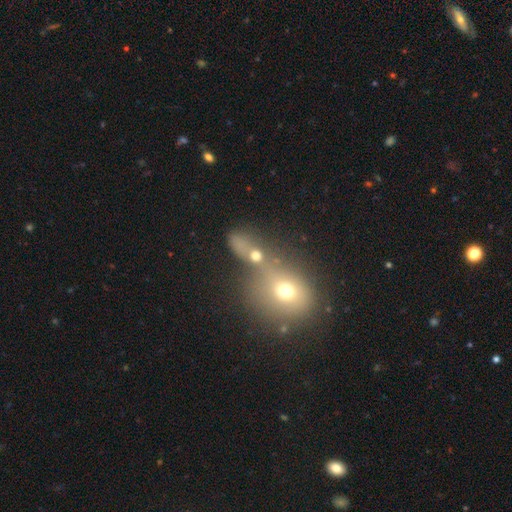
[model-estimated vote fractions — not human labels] This appears to be a smooth galaxy with no disk features (62%) that is round (55%). Merging: merger (56%).